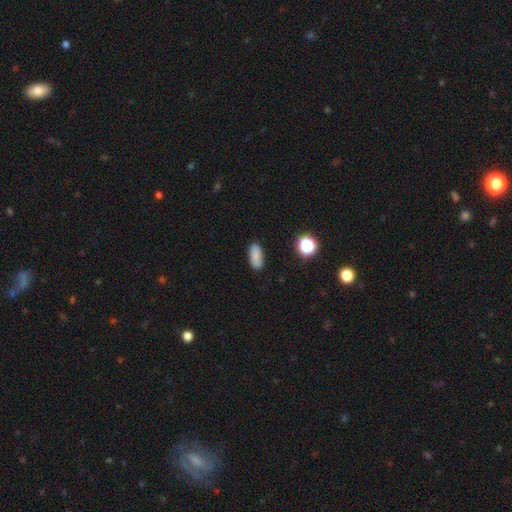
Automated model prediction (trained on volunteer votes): A smooth galaxy with no disk features (84%) that is in between round and cigar-shaped (85%). Merging: none (87%).